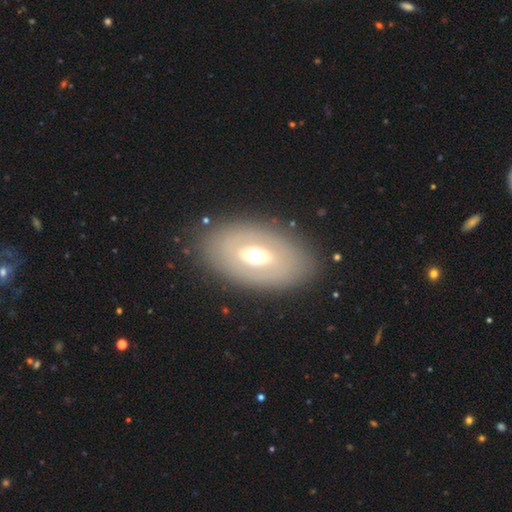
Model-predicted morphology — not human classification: featured or disk 57%, smooth 37%, star or artifact 6%. Down the decision tree: edge-on disk — no (88%); bar — no (44%); spiral arms — no (80%); bulge size — moderate (68%); merging — none (83%).